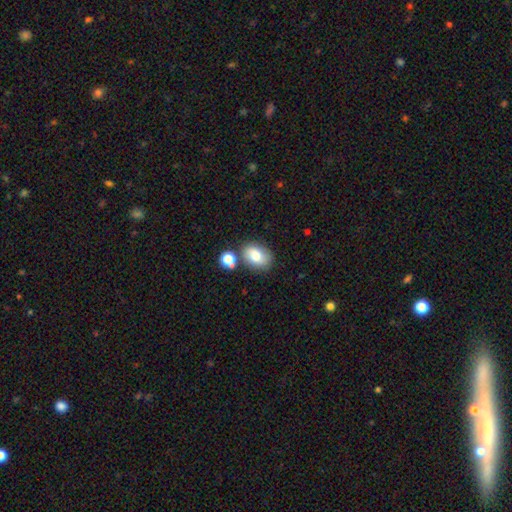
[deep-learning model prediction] The model was most divided on "how rounded": in between: 74%, round: 25%, cigar-shaped: 1%. More confident: smooth or featured — smooth (75%); merging — none (68%).